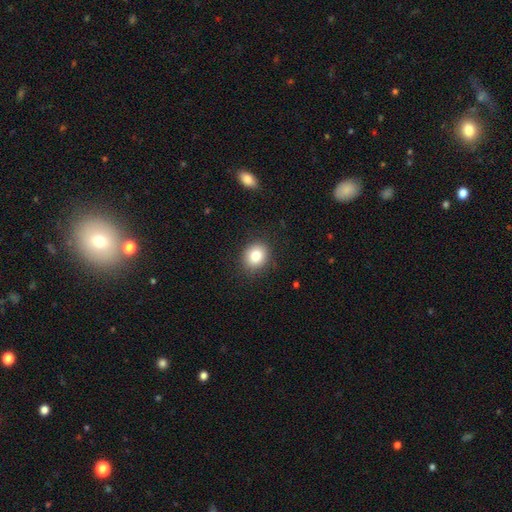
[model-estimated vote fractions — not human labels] A smooth galaxy with no disk features (82%) that is round (71%).

Vote fractions:
- Smooth or featured? smooth: 82% / star or artifact: 10% / featured or disk: 8%
- How rounded? round: 71% / in between: 29% / cigar-shaped: 1%
- Merging? none: 89% / minor disturbance: 8% / major disturbance: 2% / merger: 1%